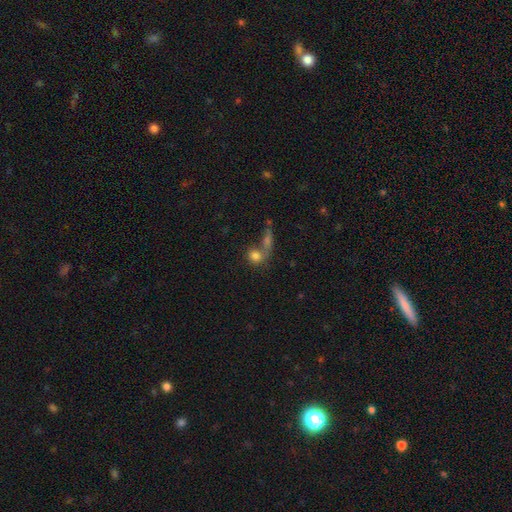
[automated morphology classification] smooth 75%, featured or disk 13%, star or artifact 11%. Down the decision tree: how rounded — round (65%); merging — merger (49%).